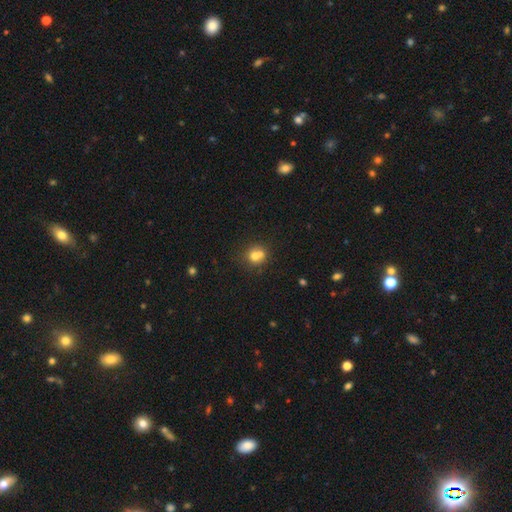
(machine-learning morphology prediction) Q: Smooth or featured?
A: smooth (71%); runner-up: featured or disk (17%)
Q: How rounded?
A: round (77%); runner-up: in between (22%)
Q: Merging?
A: none (44%); runner-up: merger (41%)